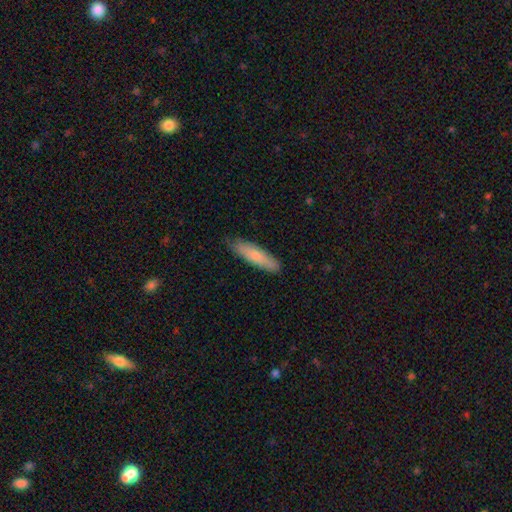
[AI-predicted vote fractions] A smooth galaxy with no disk features (75%) that is cigar-shaped (74%).

Vote fractions:
- Smooth or featured? smooth: 75% / featured or disk: 19% / star or artifact: 5%
- How rounded? cigar-shaped: 74% / in between: 24% / round: 1%
- Merging? none: 83% / minor disturbance: 14% / major disturbance: 2% / merger: 1%